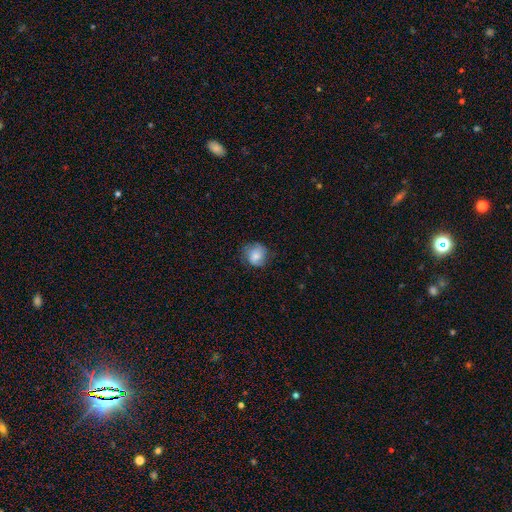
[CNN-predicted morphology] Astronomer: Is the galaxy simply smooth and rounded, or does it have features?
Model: smooth — 74%.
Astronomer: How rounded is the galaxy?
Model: round — 82%.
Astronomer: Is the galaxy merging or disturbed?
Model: none — 70%.